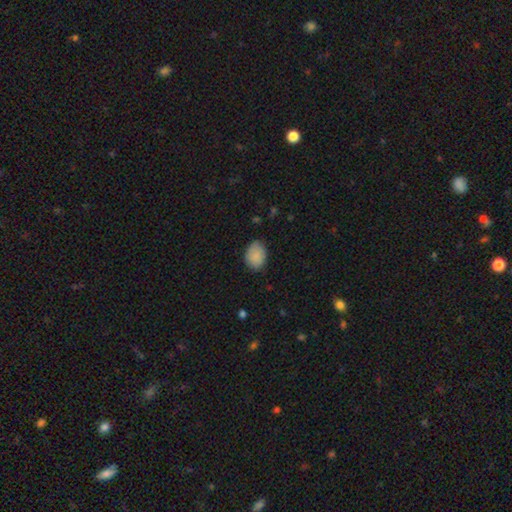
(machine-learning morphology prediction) A smooth galaxy with no disk features (88%) that is in between round and cigar-shaped (72%). Merging: none (74%).